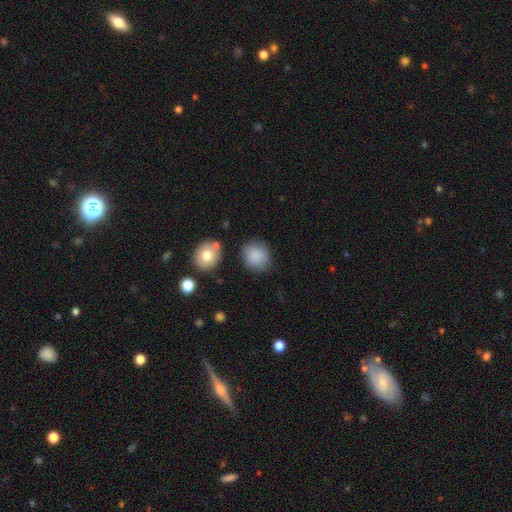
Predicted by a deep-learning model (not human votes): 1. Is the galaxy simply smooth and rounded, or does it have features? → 86% smooth, 8% star or artifact, 6% featured or disk.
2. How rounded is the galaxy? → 76% round, 23% in between, 1% cigar-shaped.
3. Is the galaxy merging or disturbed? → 78% none, 14% minor disturbance, 4% major disturbance, 3% merger.